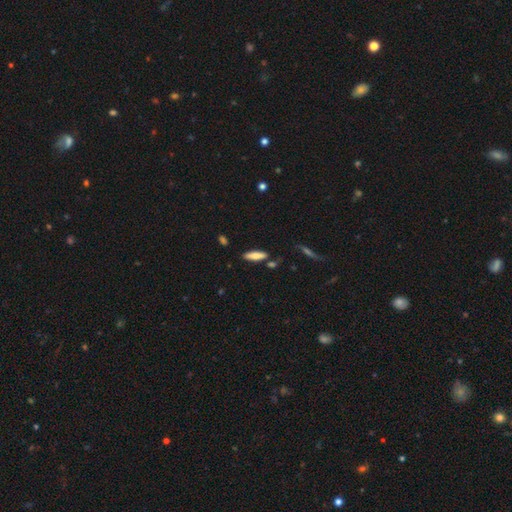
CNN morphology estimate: Smooth or featured? smooth (77%)
How rounded? cigar-shaped (62%)
Merging? none (79%)